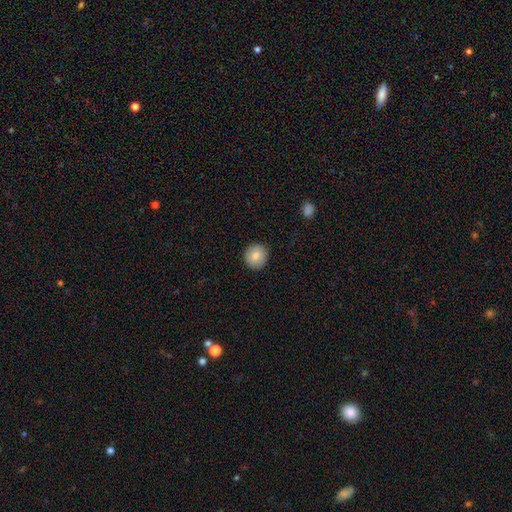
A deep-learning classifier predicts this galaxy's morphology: A smooth galaxy with no disk features (82%) that is round (92%). Merging: none (91%).